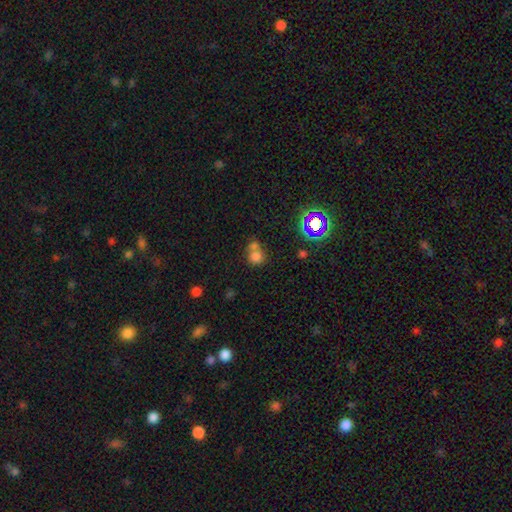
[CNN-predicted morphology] type=smooth (72%); roundness=round (83%); merging=merger (50%).